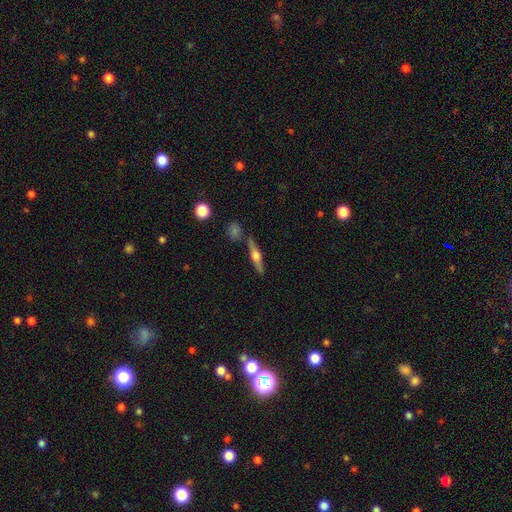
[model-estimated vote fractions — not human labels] Smooth or featured: featured or disk — 60% (smooth — 34%)
Edge-on disk: yes — 95% (no — 5%)
Edge-on bulge: rounded — 92% (boxy — 5%)
Merging: none — 79% (minor disturbance — 10%)